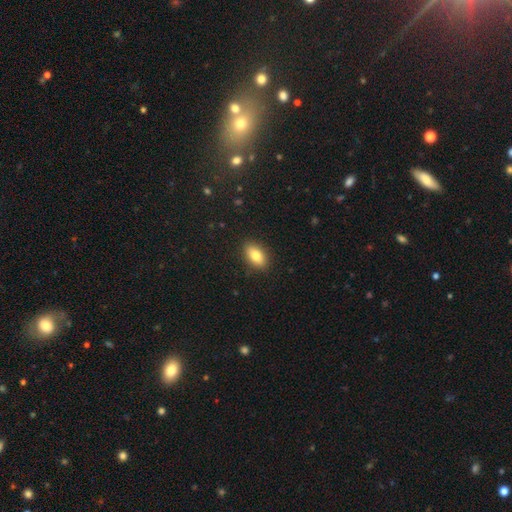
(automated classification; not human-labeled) This appears to be a smooth galaxy with no disk features (80%) that is in between round and cigar-shaped (89%). Merging: none (88%).